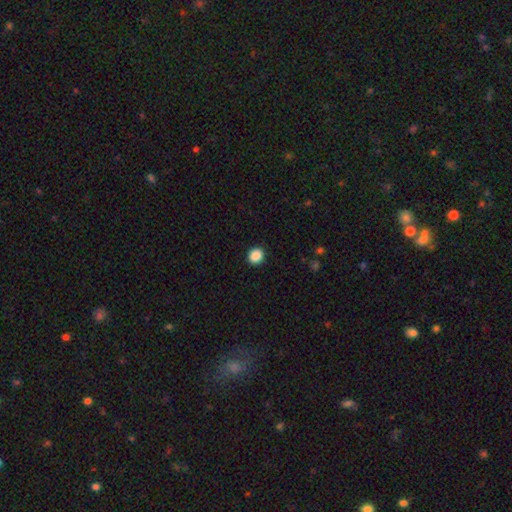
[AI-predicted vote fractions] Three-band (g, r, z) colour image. It shows a smooth galaxy with no disk features (88%) that is round (82%). Merging: none (92%).